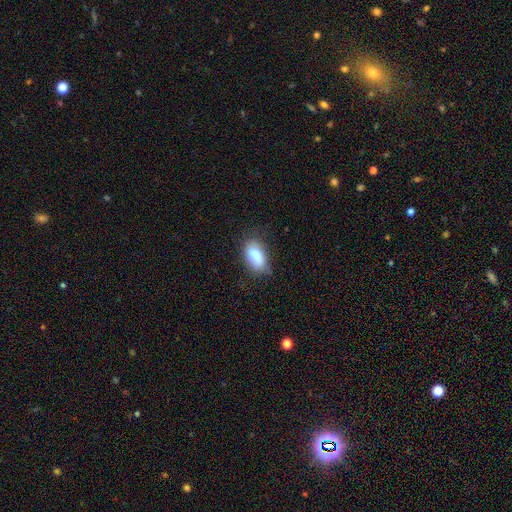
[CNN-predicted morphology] smooth_or_featured: smooth (p=0.82) [alt: featured or disk p=0.11]
how_rounded: in between (p=0.91) [alt: cigar-shaped p=0.05]
merging: none (p=0.66) [alt: minor disturbance p=0.26]